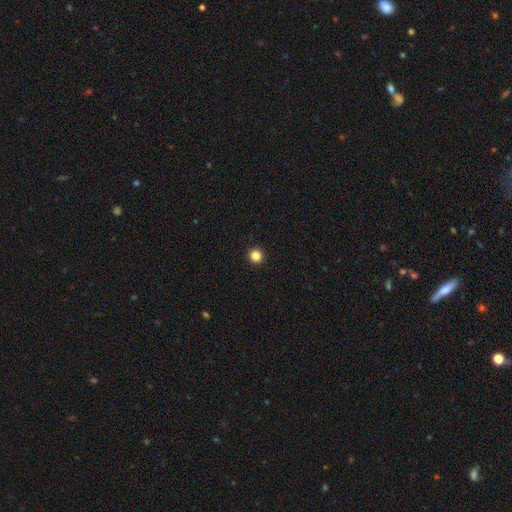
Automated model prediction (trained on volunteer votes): A smooth galaxy with no disk features (85%) that is round (95%). Merging: none (94%).